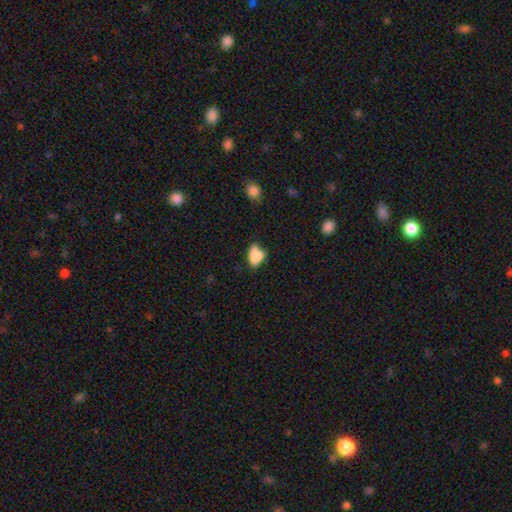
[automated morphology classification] smooth-or-featured: smooth: 82% | star or artifact: 9% | featured or disk: 9%
  how-rounded: in between: 81% | round: 17% | cigar-shaped: 2%
  merging: none: 46% | minor disturbance: 37% | major disturbance: 11% | merger: 6%